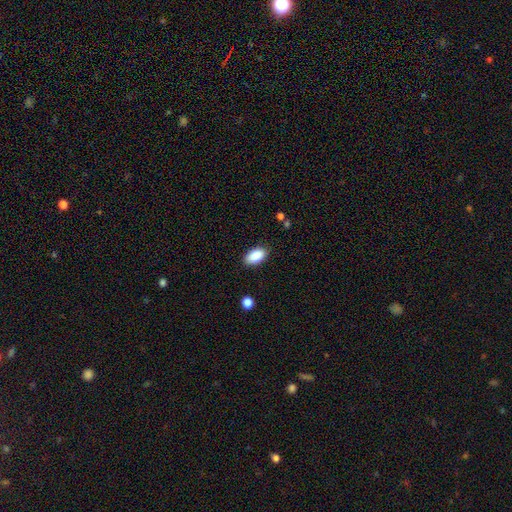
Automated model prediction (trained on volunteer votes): Smooth or featured? smooth (90%)
How rounded? in between (94%)
Merging? none (86%)